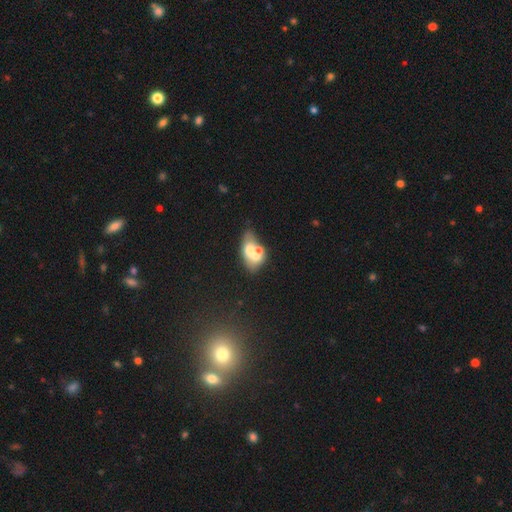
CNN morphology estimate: smooth_or_featured: smooth (p=0.50) [alt: featured or disk p=0.40]
how_rounded: in between (p=0.79) [alt: round p=0.18]
merging: merger (p=0.58) [alt: none p=0.23]